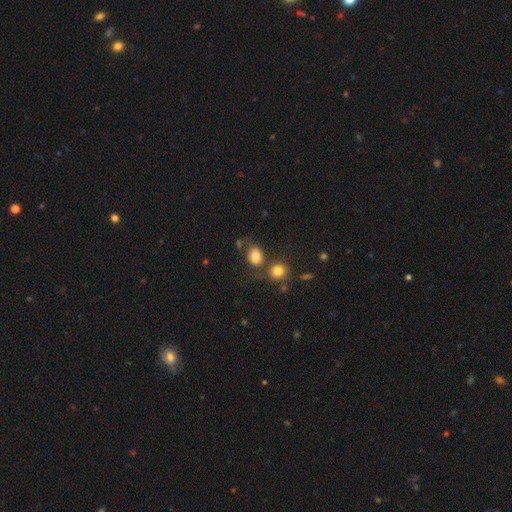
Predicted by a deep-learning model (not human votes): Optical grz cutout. It shows a smooth galaxy with no disk features (79%) that is in between round and cigar-shaped (55%). Merging: none (61%).